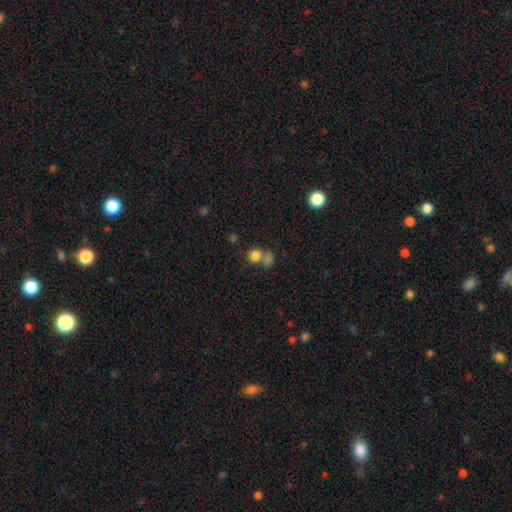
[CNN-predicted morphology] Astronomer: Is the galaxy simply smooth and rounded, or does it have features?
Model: smooth — 81%.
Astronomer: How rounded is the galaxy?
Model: round — 80%.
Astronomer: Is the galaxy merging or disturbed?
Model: none — 45% (runner-up: merger, 42%).